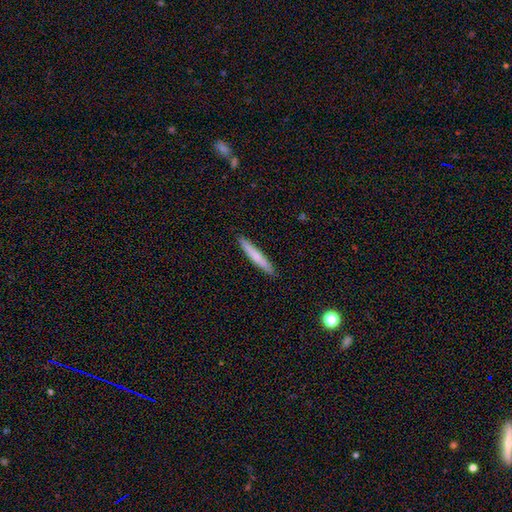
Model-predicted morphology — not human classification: smooth-or-featured: smooth: 71% | featured or disk: 24% | star or artifact: 6%
  how-rounded: cigar-shaped: 95% | in between: 3% | round: 1%
  merging: none: 92% | minor disturbance: 6% | major disturbance: 1% | merger: 1%